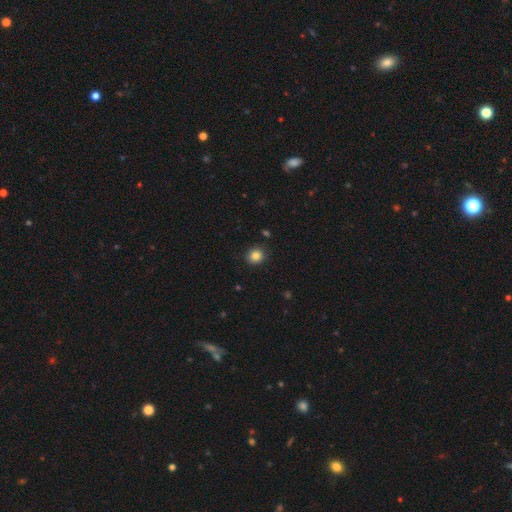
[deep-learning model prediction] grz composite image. It shows a smooth galaxy with no disk features (85%) that is round (82%). Merging: none (90%).